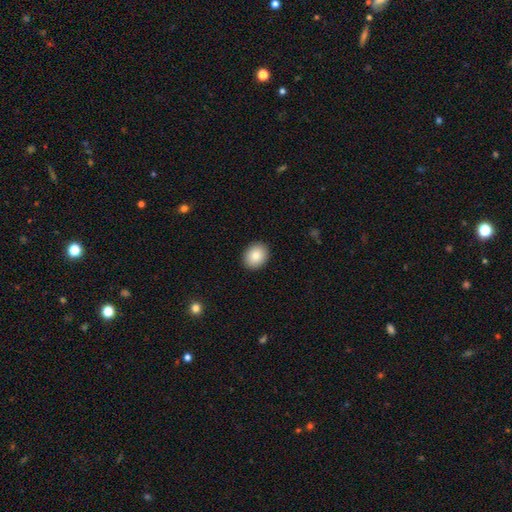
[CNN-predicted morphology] Q: Smooth or featured?
A: smooth (85%); runner-up: star or artifact (8%)
Q: How rounded?
A: round (58%); runner-up: in between (41%)
Q: Merging?
A: none (91%); runner-up: minor disturbance (6%)